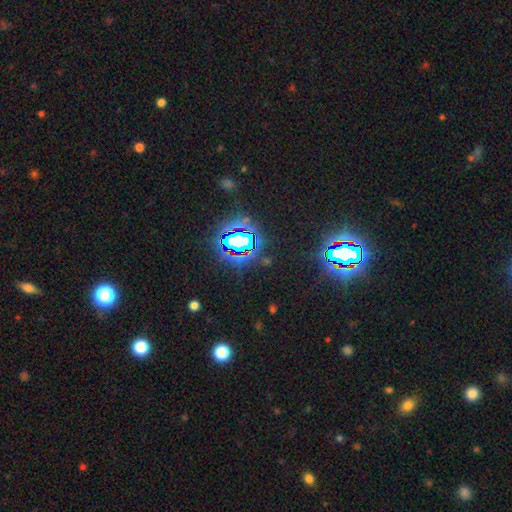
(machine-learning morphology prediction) star or artifact 82%, smooth 11%, featured or disk 7%.